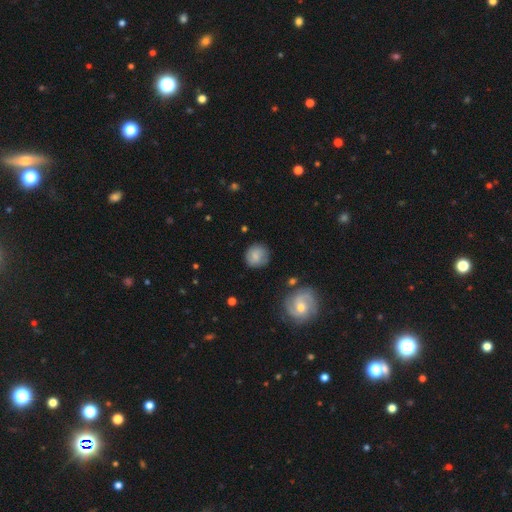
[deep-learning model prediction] This is likely a smooth galaxy (75%). How rounded: clearly round (88%). Merging: likely none (80%).